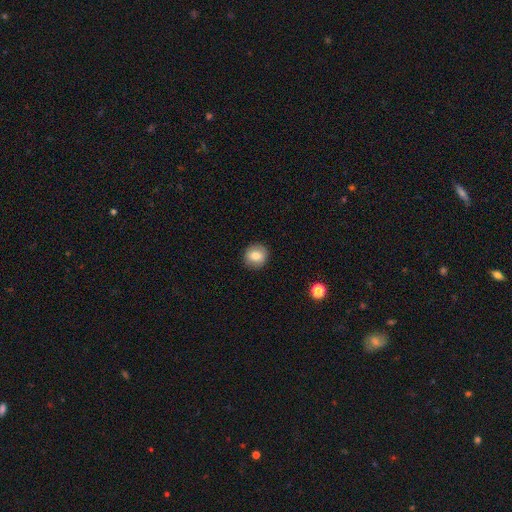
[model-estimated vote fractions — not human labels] This is likely a smooth galaxy (78%). How rounded: clearly round (89%). Merging: clearly none (91%).